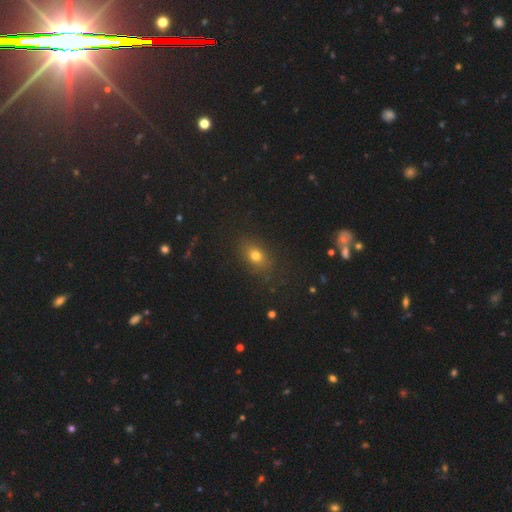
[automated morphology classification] type=smooth (73%); roundness=in between (65%); merging=none (84%).